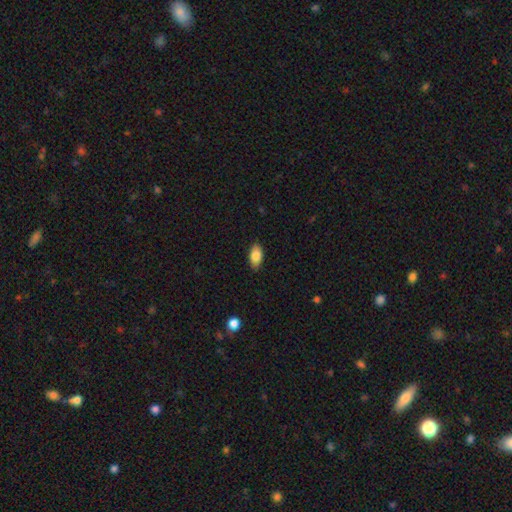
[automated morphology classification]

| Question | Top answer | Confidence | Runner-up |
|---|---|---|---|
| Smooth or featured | smooth | 86% | featured or disk (7%) |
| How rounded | in between | 91% | cigar-shaped (5%) |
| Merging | none | 88% | minor disturbance (9%) |